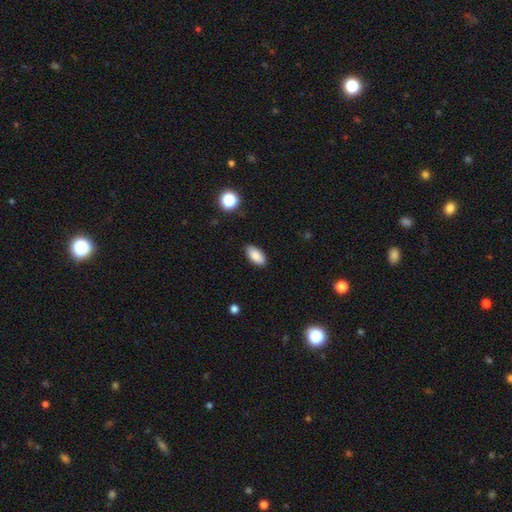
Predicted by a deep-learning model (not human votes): This is clearly a smooth galaxy (87%). How rounded: clearly in between (92%). Merging: clearly none (88%).